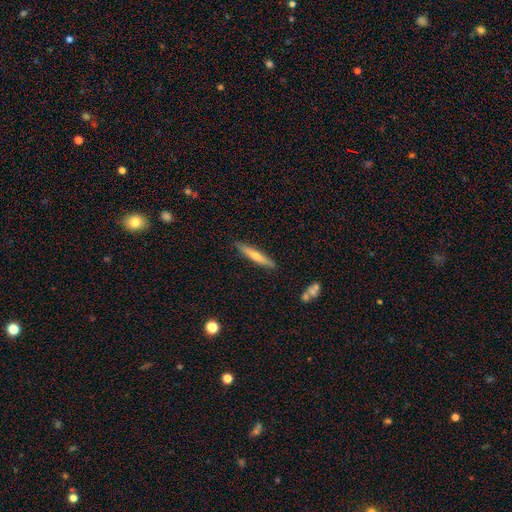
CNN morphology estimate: Q: Smooth or featured?
A: featured or disk (53%); runner-up: smooth (39%)
Q: Edge-on disk?
A: yes (94%); runner-up: no (6%)
Q: Edge-on bulge?
A: rounded (80%); runner-up: none (17%)
Q: Merging?
A: none (89%); runner-up: minor disturbance (8%)